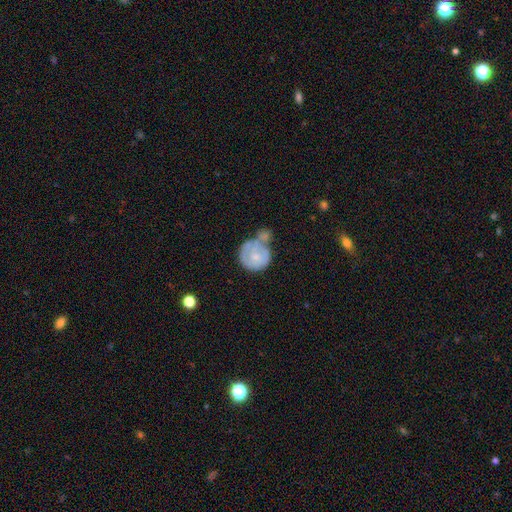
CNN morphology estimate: This is possibly a featured or disk galaxy (49%). Merging: marginally merger (35%).